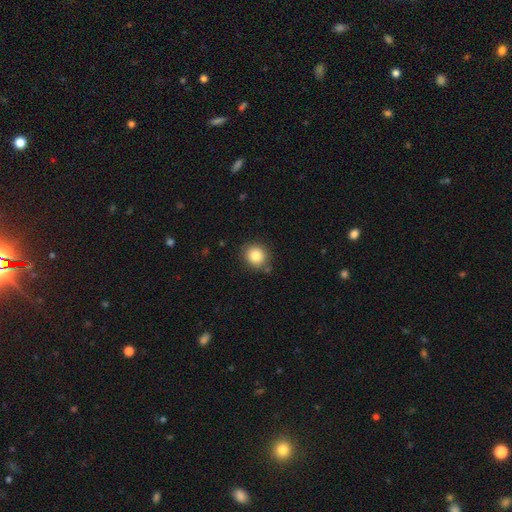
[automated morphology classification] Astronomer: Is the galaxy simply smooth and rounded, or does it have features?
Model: smooth — 83%.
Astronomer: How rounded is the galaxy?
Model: round — 85%.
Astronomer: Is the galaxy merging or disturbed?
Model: none — 82%.